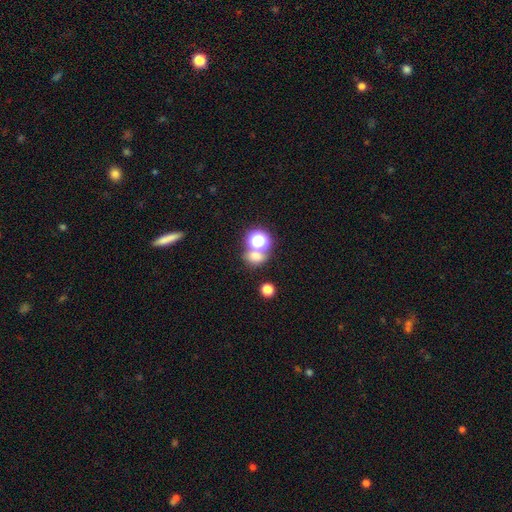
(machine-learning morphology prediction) type=smooth (62%); roundness=round (65%); merging=none (54%).